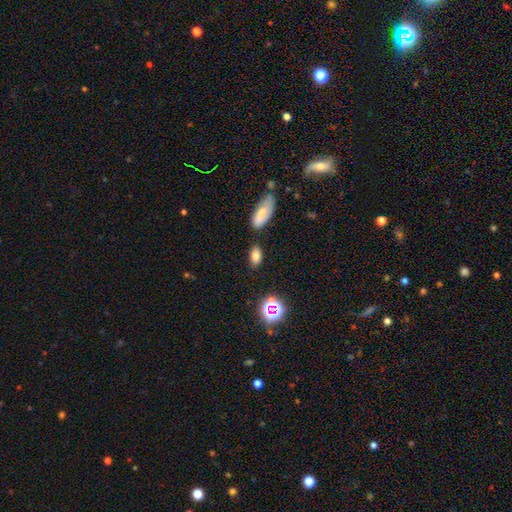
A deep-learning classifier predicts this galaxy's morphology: type=smooth (76%); roundness=in between (88%); merging=none (80%).